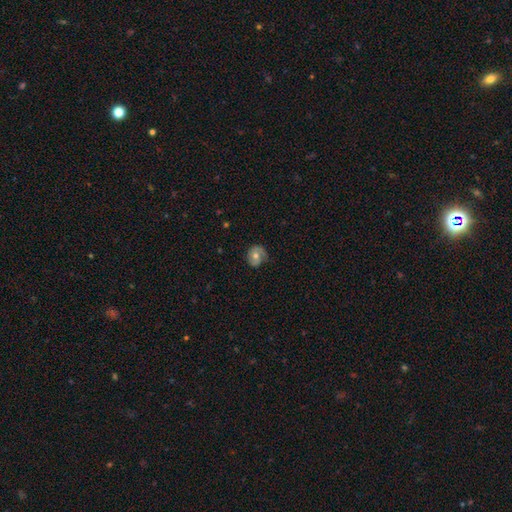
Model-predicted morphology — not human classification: Overall: smooth (48%; featured or disk 44%). Merging: none (62%; minor disturbance 26%).